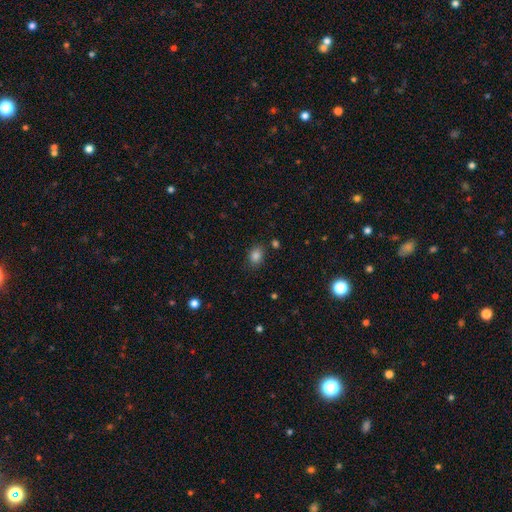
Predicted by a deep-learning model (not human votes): Smooth or featured? smooth (83%)
How rounded? in between (58%)
Merging? none (81%)